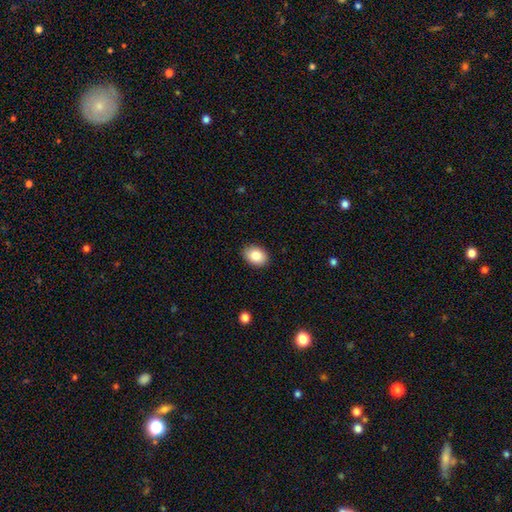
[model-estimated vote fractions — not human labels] This is clearly a smooth galaxy (86%). How rounded: likely in between (76%). Merging: clearly none (89%).